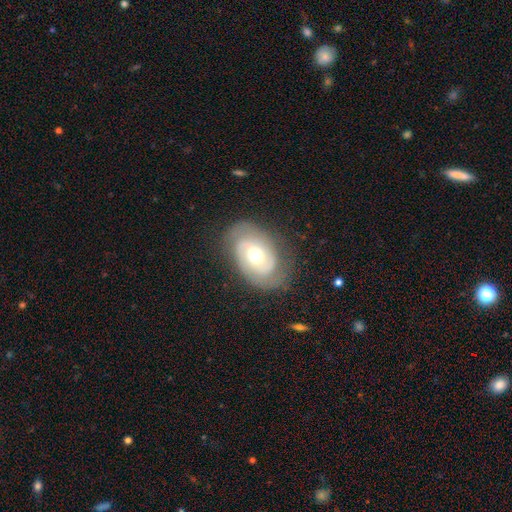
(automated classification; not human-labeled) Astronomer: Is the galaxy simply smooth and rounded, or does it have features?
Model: featured or disk — 79%.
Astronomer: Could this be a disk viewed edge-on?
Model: no — 96%.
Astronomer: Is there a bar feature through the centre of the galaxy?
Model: no — 54% (runner-up: weak, 35%).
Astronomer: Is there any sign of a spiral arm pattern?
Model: yes — 90%.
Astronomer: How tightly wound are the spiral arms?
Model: tight — 49% (runner-up: medium, 38%).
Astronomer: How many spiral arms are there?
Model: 2 — 77%.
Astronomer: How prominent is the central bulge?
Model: moderate — 72%.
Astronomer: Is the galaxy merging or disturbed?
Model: none — 74%.